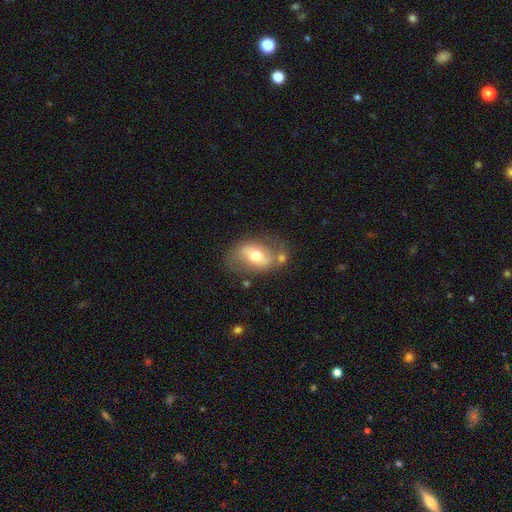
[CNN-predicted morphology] Smooth or featured?
  - featured or disk: 56% *
  - smooth: 37%
  - star or artifact: 7%
Edge-on disk?
  - no: 91% *
  - yes: 9%
Bar?
  - weak: 38% *
  - strong: 33%
  - no: 29%
Spiral arms?
  - yes: 55% *
  - no: 45%
Bulge size?
  - moderate: 70% *
  - small: 15%
  - large: 12%
  - dominant: 1%
  - none: 1%
Merging?
  - none: 62% *
  - minor disturbance: 20%
  - merger: 9%
  - major disturbance: 9%